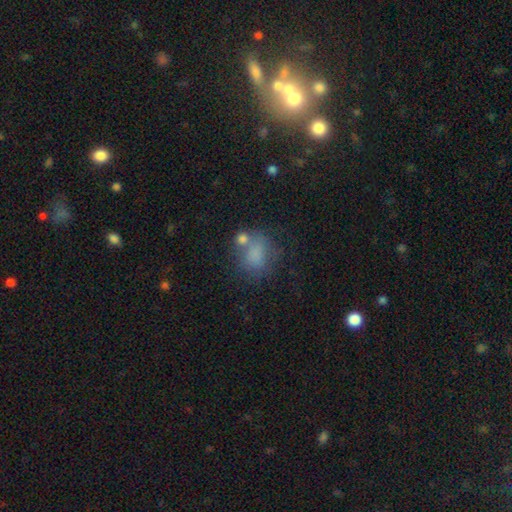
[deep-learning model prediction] Q: Smooth or featured?
A: smooth (72%); runner-up: featured or disk (16%)
Q: How rounded?
A: round (53%); runner-up: in between (45%)
Q: Merging?
A: none (43%); runner-up: merger (23%)